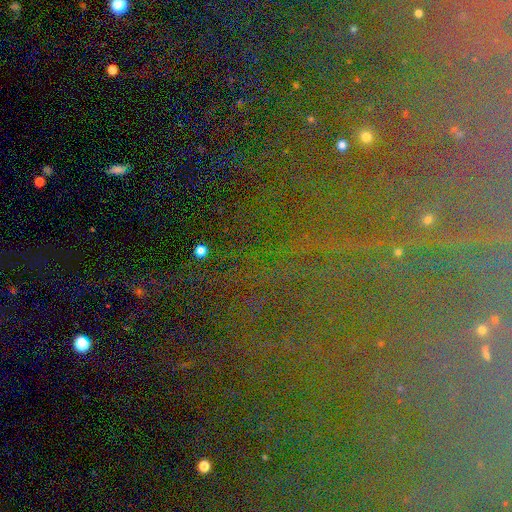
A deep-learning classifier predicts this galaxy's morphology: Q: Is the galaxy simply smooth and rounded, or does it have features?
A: star or artifact — 79%.